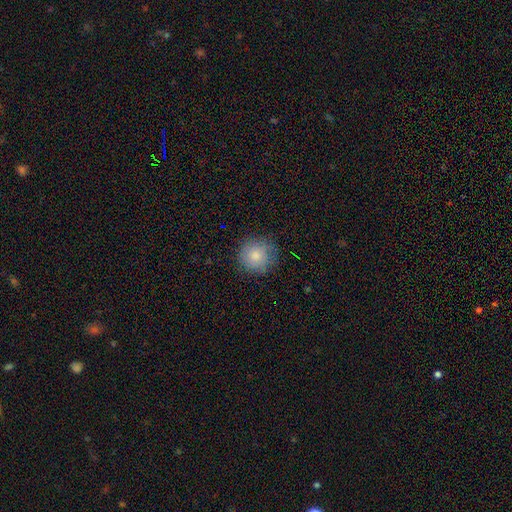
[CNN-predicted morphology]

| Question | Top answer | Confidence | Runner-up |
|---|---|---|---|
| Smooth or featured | smooth | 82% | featured or disk (10%) |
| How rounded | round | 93% | in between (6%) |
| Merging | none | 80% | minor disturbance (15%) |